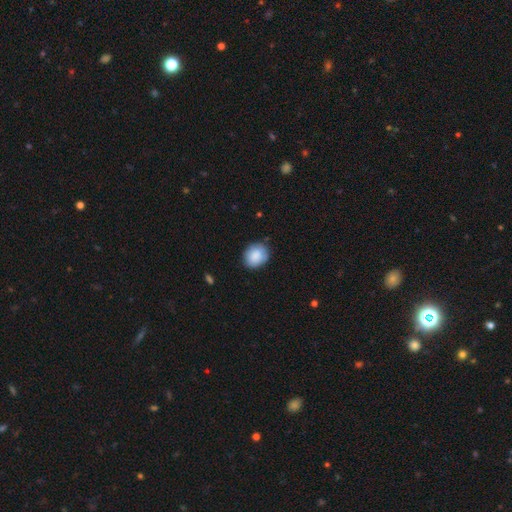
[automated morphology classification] smooth-or-featured: smooth: 87% | star or artifact: 7% | featured or disk: 6%
  how-rounded: round: 62% | in between: 37% | cigar-shaped: 1%
  merging: none: 80% | minor disturbance: 16% | major disturbance: 3% | merger: 1%